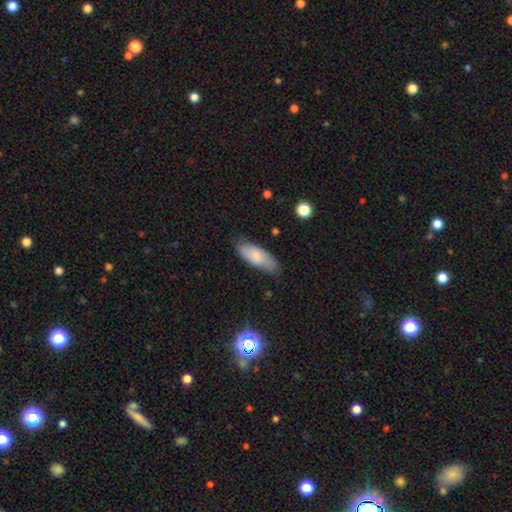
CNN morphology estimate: The model was most divided on "merging": none: 74%, minor disturbance: 21%, major disturbance: 4%, merger: 2%. More confident: smooth or featured — smooth (78%); how rounded — in between (77%).